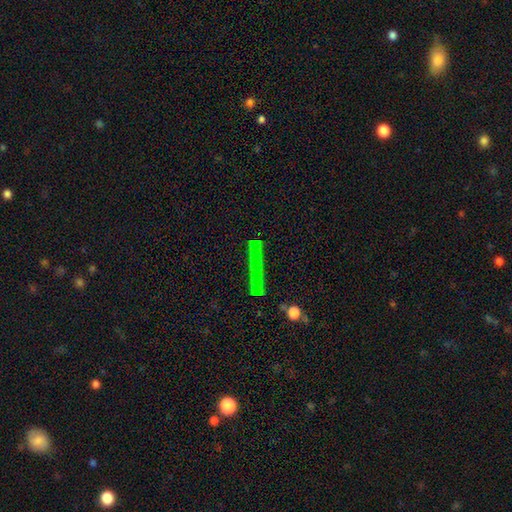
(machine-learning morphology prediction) smooth 41%, featured or disk 34%, star or artifact 24%. Down the decision tree: merging — none (72%).